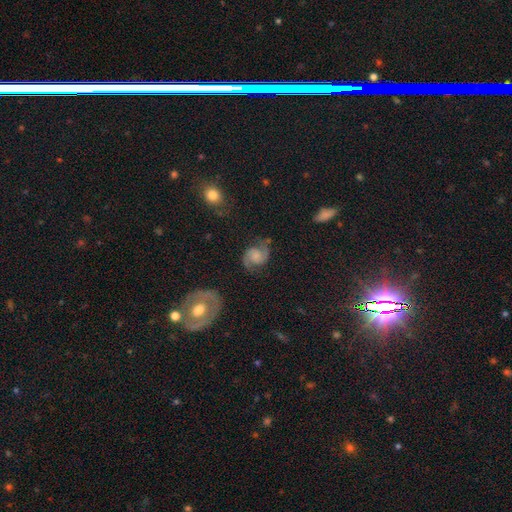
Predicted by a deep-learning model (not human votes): Q: Smooth or featured?
A: featured or disk (82%); runner-up: smooth (11%)
Q: Edge-on disk?
A: no (98%); runner-up: yes (2%)
Q: Bar?
A: no (62%); runner-up: weak (32%)
Q: Spiral arms?
A: yes (97%); runner-up: no (3%)
Q: Spiral winding?
A: medium (56%); runner-up: loose (25%)
Q: Spiral arm count?
A: 2 (93%); runner-up: can't tell (2%)
Q: Bulge size?
A: none (39%); runner-up: small (26%)
Q: Merging?
A: none (75%); runner-up: minor disturbance (16%)